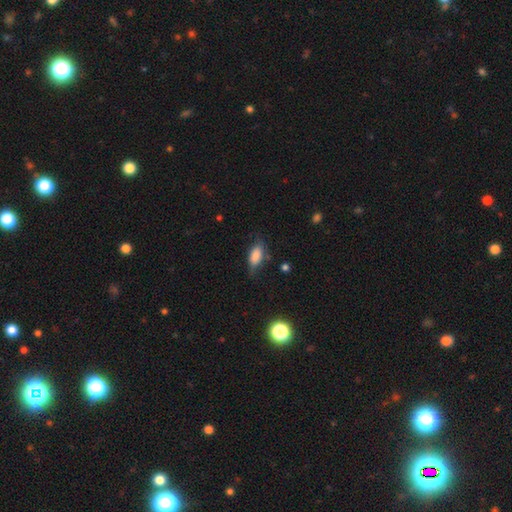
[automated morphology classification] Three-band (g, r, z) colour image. It shows a smooth galaxy with no disk features (81%) that is in between round and cigar-shaped (85%). Merging: none (62%).